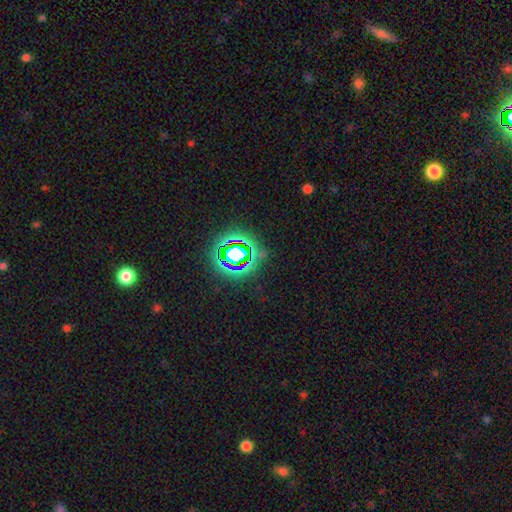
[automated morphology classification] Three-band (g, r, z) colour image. It shows a star or artifact, not a galaxy (73%).